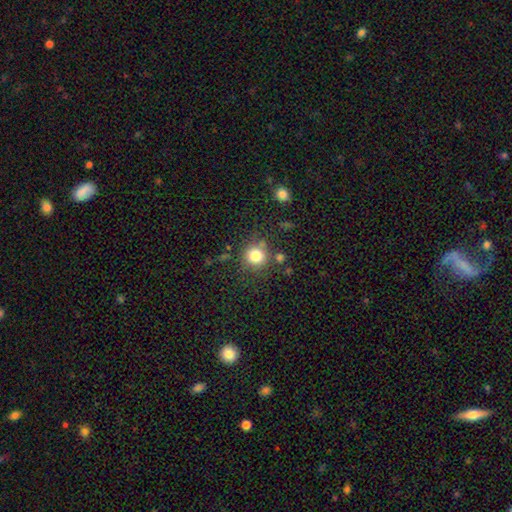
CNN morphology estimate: Smooth or featured? smooth (80%)
How rounded? round (90%)
Merging? none (76%)